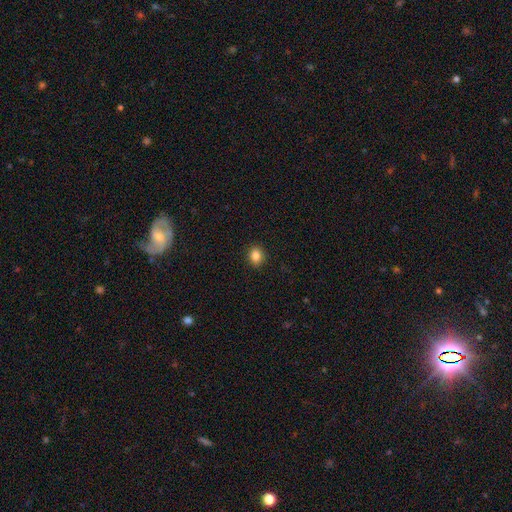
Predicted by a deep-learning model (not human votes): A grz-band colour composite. It shows a smooth galaxy with no disk features (85%) that is round (59%). Merging: none (91%).